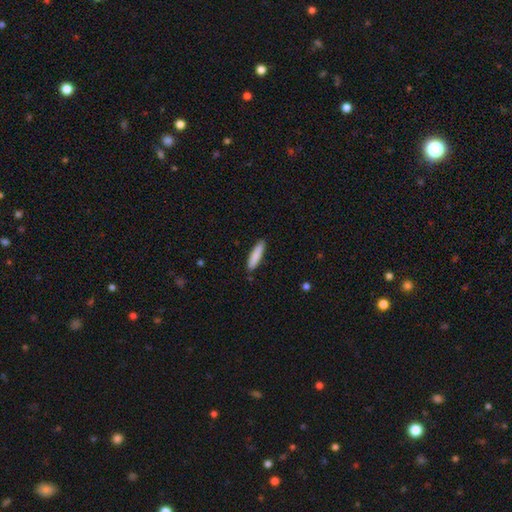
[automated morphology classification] Smooth or featured? Predicted: smooth (p=0.85). How rounded? Predicted: cigar-shaped (p=0.84). Merging? Predicted: none (p=0.88).